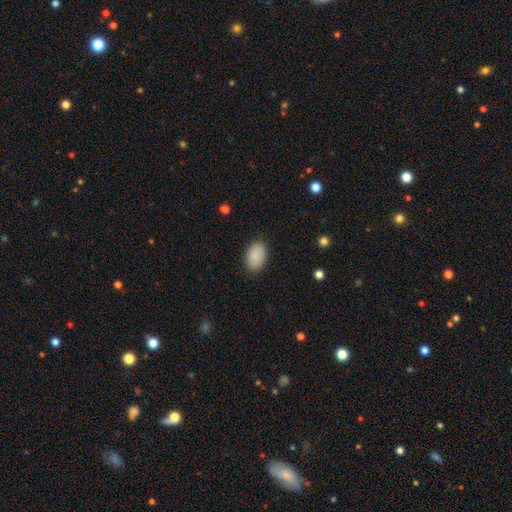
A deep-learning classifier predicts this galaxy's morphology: Q: Smooth or featured?
A: smooth (89%); runner-up: star or artifact (7%)
Q: How rounded?
A: in between (87%); runner-up: round (12%)
Q: Merging?
A: none (86%); runner-up: minor disturbance (10%)